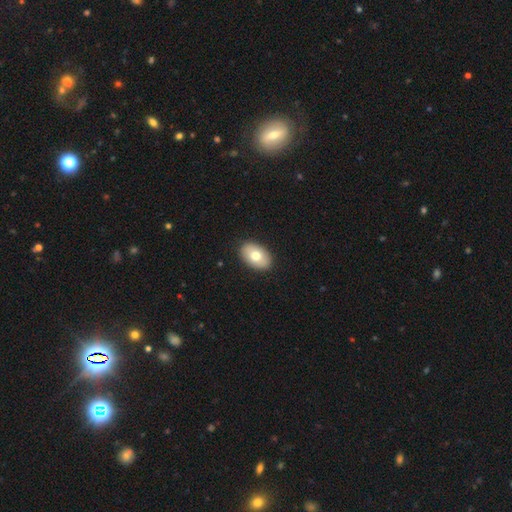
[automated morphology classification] Smooth or featured: smooth — 75% (featured or disk — 18%)
How rounded: in between — 90% (round — 9%)
Merging: none — 90% (minor disturbance — 7%)